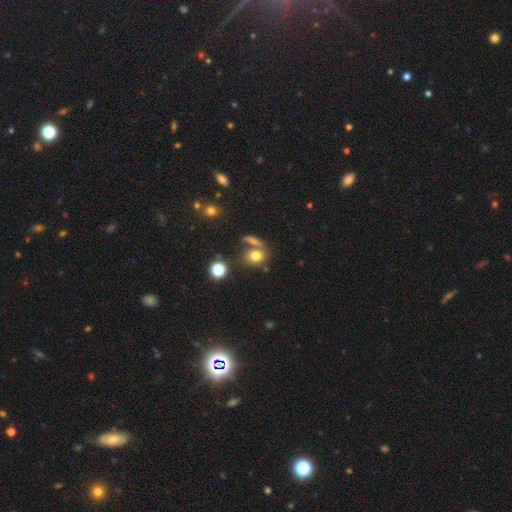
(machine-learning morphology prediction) smooth_or_featured: smooth (p=0.75) [alt: star or artifact p=0.14]
how_rounded: round (p=0.57) [alt: in between p=0.41]
merging: none (p=0.57) [alt: merger p=0.25]